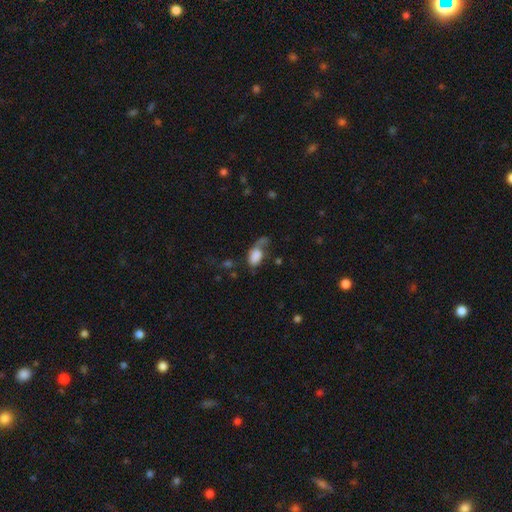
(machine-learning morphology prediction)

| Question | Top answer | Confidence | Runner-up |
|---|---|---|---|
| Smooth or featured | smooth | 74% | featured or disk (16%) |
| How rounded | in between | 89% | round (8%) |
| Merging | major disturbance | 37% | none (27%) |